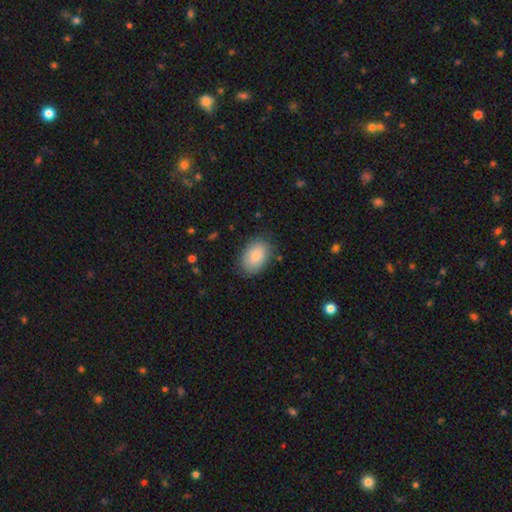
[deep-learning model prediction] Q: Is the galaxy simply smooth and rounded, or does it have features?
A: smooth — 85%.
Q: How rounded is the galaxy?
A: in between — 87%.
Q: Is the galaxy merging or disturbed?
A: none — 81%.